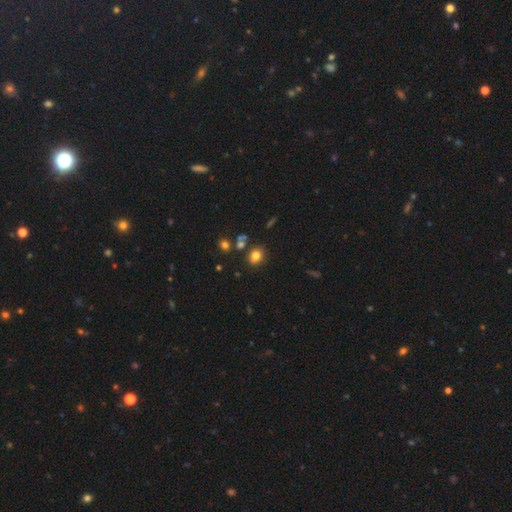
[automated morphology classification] This is likely a smooth galaxy (78%). How rounded: possibly round (52%). Merging: likely none (78%).